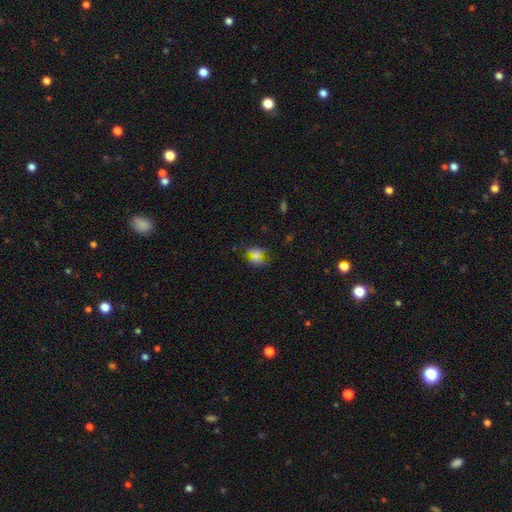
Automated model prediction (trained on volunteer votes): smooth-or-featured: smooth: 54% | star or artifact: 31% | featured or disk: 16%
  how-rounded: round: 59% | in between: 34% | cigar-shaped: 7%
  merging: none: 70% | minor disturbance: 15% | major disturbance: 9% | merger: 6%